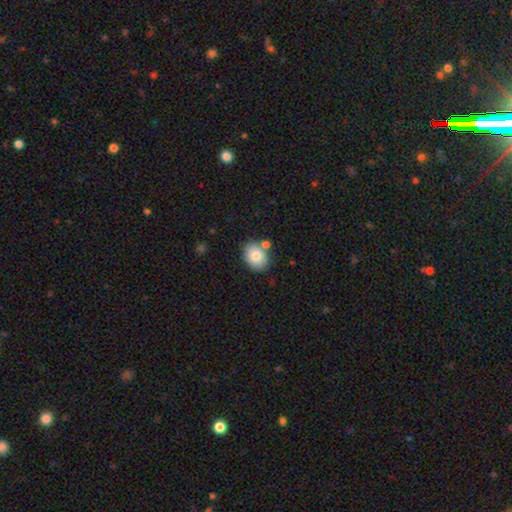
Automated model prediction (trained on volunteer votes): A smooth galaxy with no disk features (81%) that is in between round and cigar-shaped (64%). Merging: none (73%).